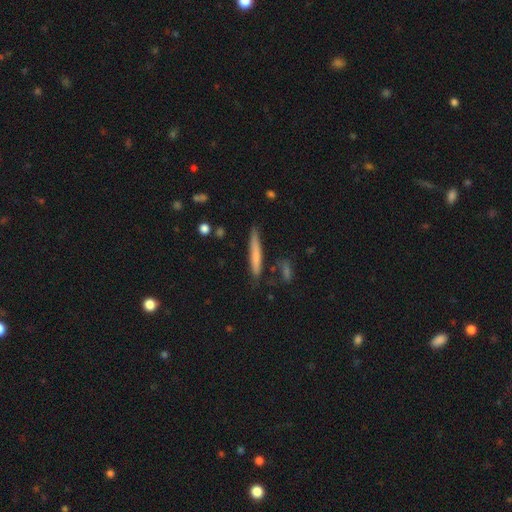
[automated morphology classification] Smooth or featured? smooth (67%)
How rounded? cigar-shaped (95%)
Merging? none (80%)